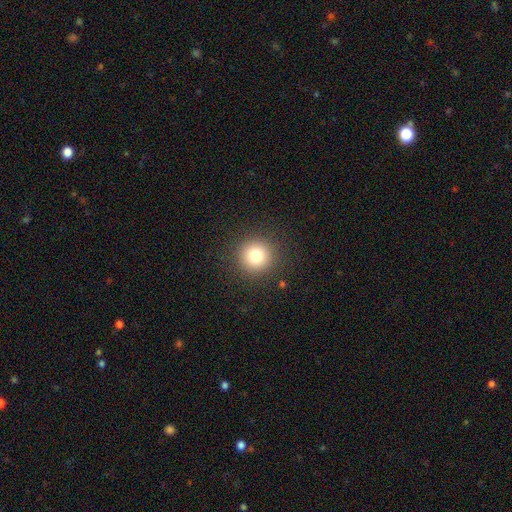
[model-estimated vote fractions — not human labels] Smooth or featured: smooth — 81% (star or artifact — 12%)
How rounded: round — 95% (in between — 4%)
Merging: none — 91% (minor disturbance — 6%)